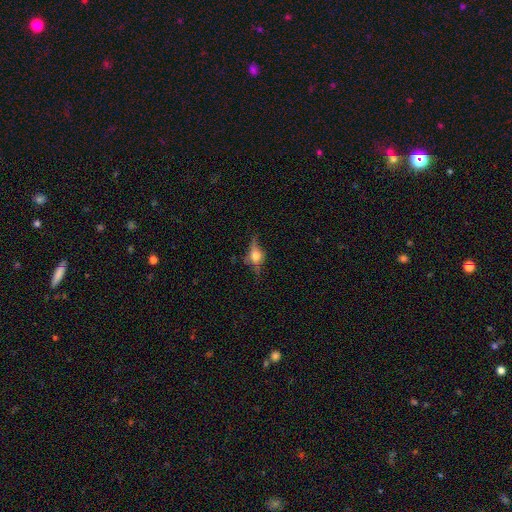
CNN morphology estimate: featured or disk 54%, smooth 33%, star or artifact 13%. Down the decision tree: edge-on disk — yes (81%); merging — none (61%).